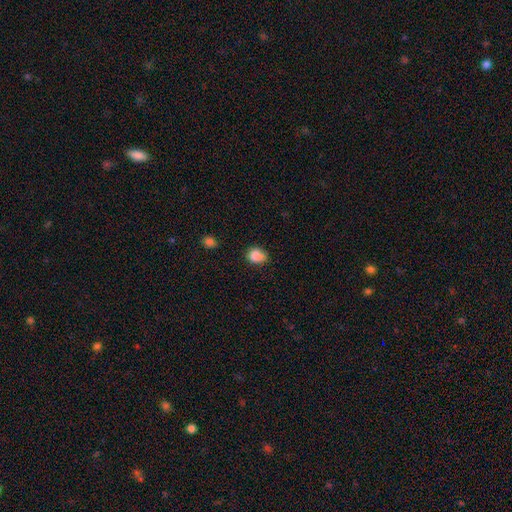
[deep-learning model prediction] Q: Smooth or featured?
A: smooth (87%); runner-up: star or artifact (9%)
Q: How rounded?
A: round (55%); runner-up: in between (44%)
Q: Merging?
A: none (70%); runner-up: minor disturbance (24%)